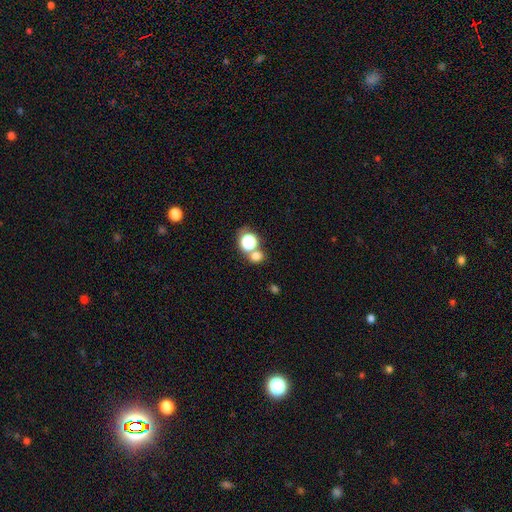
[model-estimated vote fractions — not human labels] Q: Smooth or featured?
A: smooth (70%); runner-up: star or artifact (22%)
Q: How rounded?
A: round (74%); runner-up: in between (25%)
Q: Merging?
A: none (55%); runner-up: merger (34%)